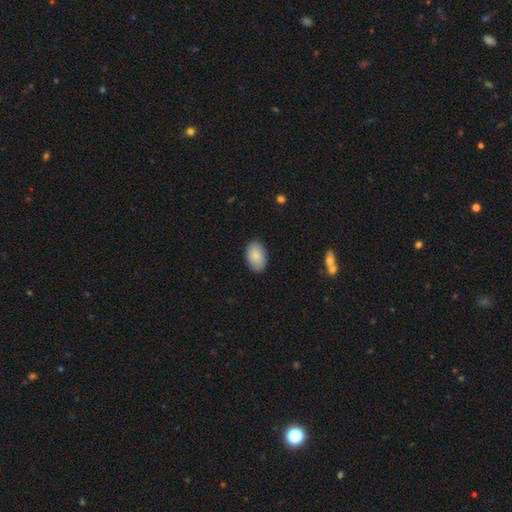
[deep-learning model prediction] A smooth galaxy with no disk features (88%) that is in between round and cigar-shaped (93%).

Vote fractions:
- Smooth or featured? smooth: 88% / star or artifact: 6% / featured or disk: 6%
- How rounded? in between: 93% / round: 6% / cigar-shaped: 1%
- Merging? none: 88% / minor disturbance: 9% / major disturbance: 2% / merger: 1%